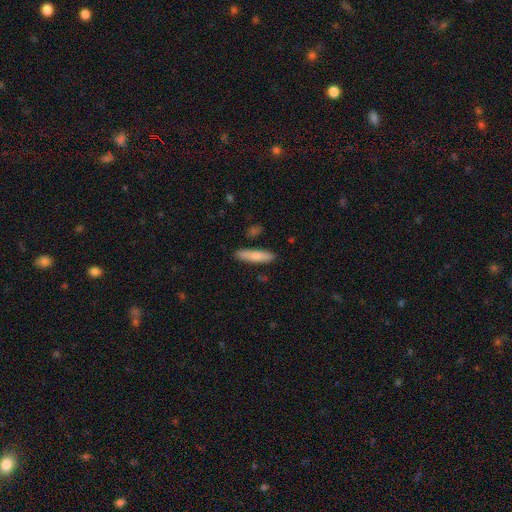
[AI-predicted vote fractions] Smooth or featured? Predicted: smooth (p=0.78). How rounded? Predicted: cigar-shaped (p=0.81). Merging? Predicted: none (p=0.85).